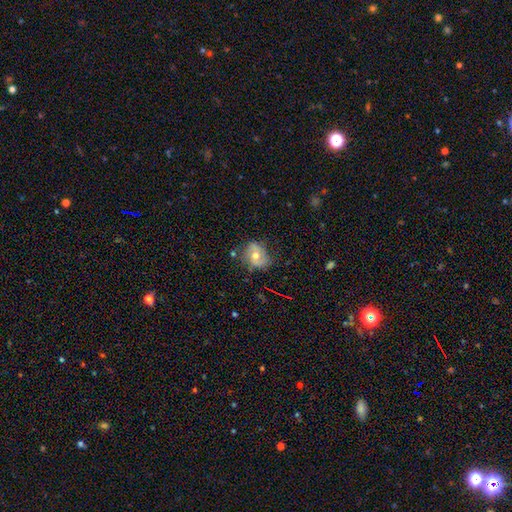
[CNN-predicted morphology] Smooth or featured: featured or disk — 51% (smooth — 38%)
Edge-on disk: no — 95% (yes — 5%)
Merging: none — 66% (minor disturbance — 24%)